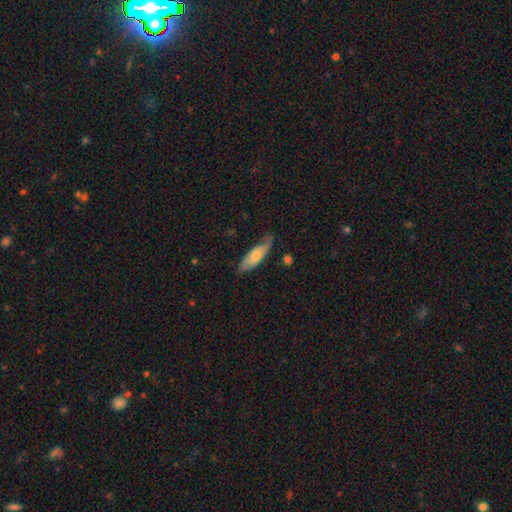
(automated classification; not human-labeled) smooth 65%, featured or disk 29%, star or artifact 5%. Down the decision tree: how rounded — in between (53%); merging — none (67%).